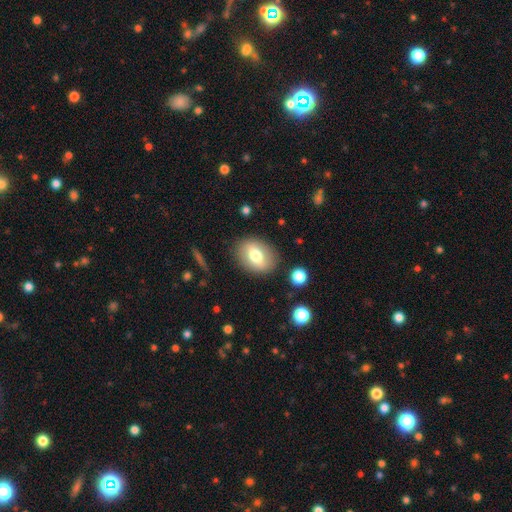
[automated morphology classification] Smooth or featured? Predicted: smooth (p=0.67). How rounded? Predicted: in between (p=0.70). Merging? Predicted: none (p=0.84).